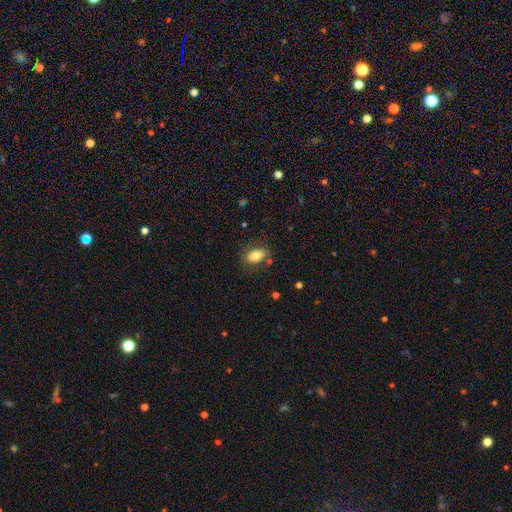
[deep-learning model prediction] smooth-or-featured: smooth: 79% | featured or disk: 13% | star or artifact: 8%
  how-rounded: in between: 88% | round: 10% | cigar-shaped: 2%
  merging: none: 79% | minor disturbance: 13% | merger: 4% | major disturbance: 4%